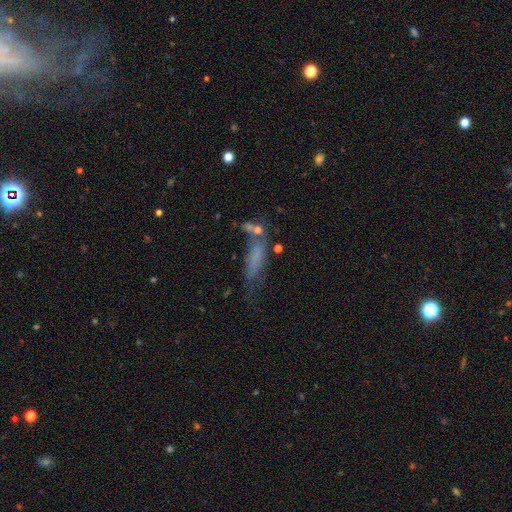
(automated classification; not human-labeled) smooth_or_featured: smooth (p=0.51) [alt: featured or disk p=0.30]
how_rounded: cigar-shaped (p=0.59) [alt: in between p=0.37]
merging: none (p=0.37) [alt: major disturbance p=0.25]